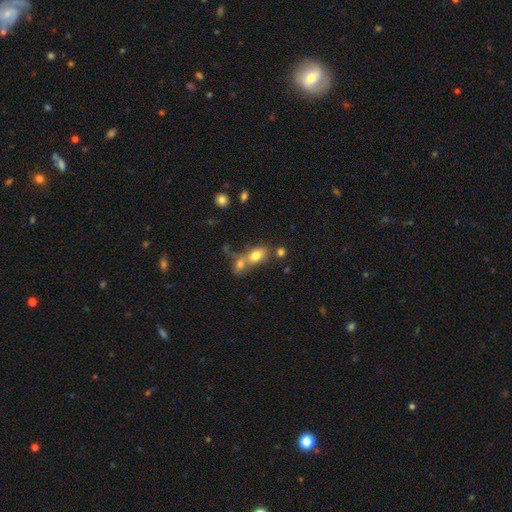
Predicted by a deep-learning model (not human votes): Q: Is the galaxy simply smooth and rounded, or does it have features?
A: smooth — 76%.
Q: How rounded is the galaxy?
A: in between — 83%.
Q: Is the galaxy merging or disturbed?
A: merger — 51%.